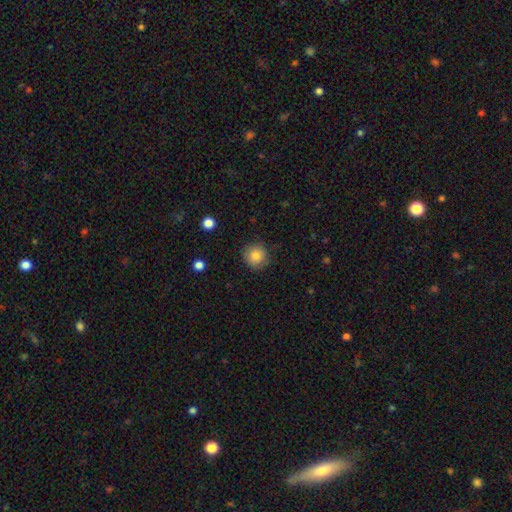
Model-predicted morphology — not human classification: smooth 84%, star or artifact 9%, featured or disk 7%. Down the decision tree: how rounded — round (92%); merging — none (86%).